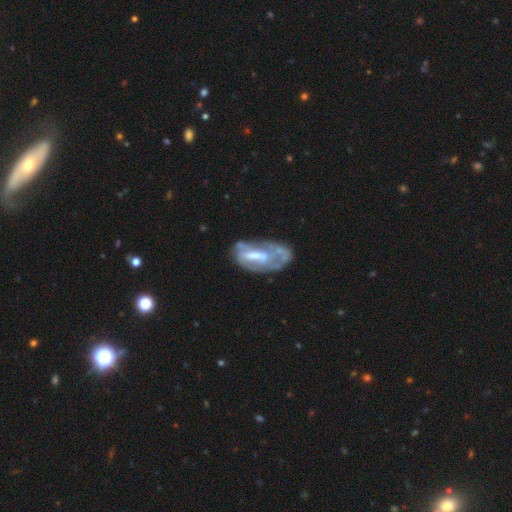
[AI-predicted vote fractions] A featured or disk galaxy (64%) with no bar (41%), no spiral arms (66%) and a moderate central bulge (41%). Merging: none (37%).